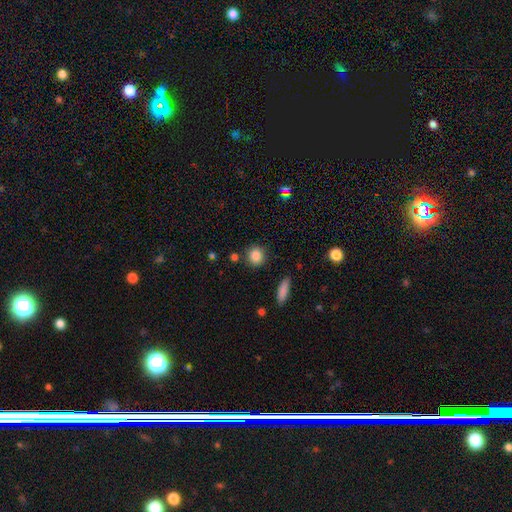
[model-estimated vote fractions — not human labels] Smooth or featured: smooth — 86% (star or artifact — 9%)
How rounded: round — 82% (in between — 16%)
Merging: none — 85% (minor disturbance — 9%)